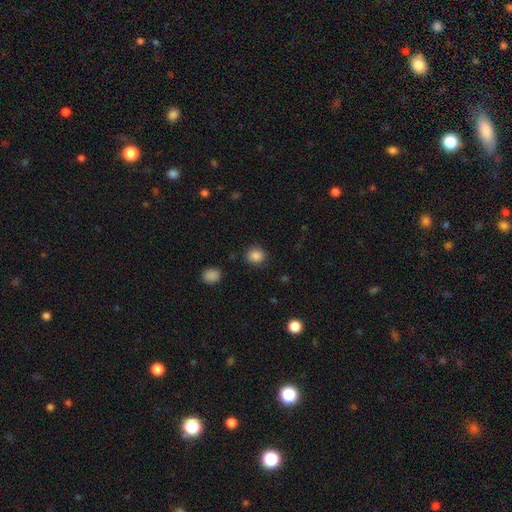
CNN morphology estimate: smooth_or_featured: smooth (p=0.86) [alt: star or artifact p=0.10]
how_rounded: round (p=0.81) [alt: in between p=0.19]
merging: none (p=0.87) [alt: minor disturbance p=0.08]